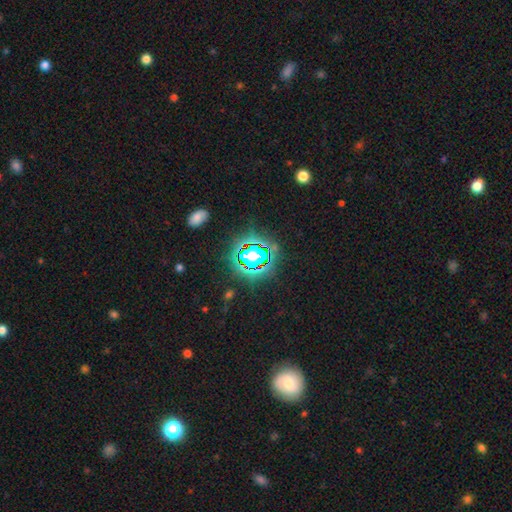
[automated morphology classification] The model was most divided on "smooth or featured": star or artifact: 75%, smooth: 16%, featured or disk: 10%.